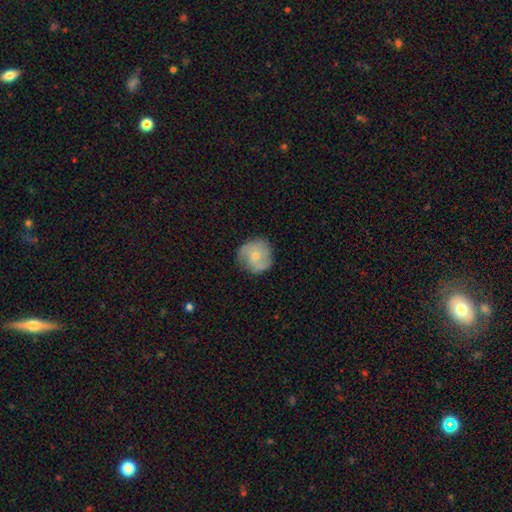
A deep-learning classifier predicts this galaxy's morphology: This is possibly a featured or disk galaxy (47%). Merging: likely none (78%).